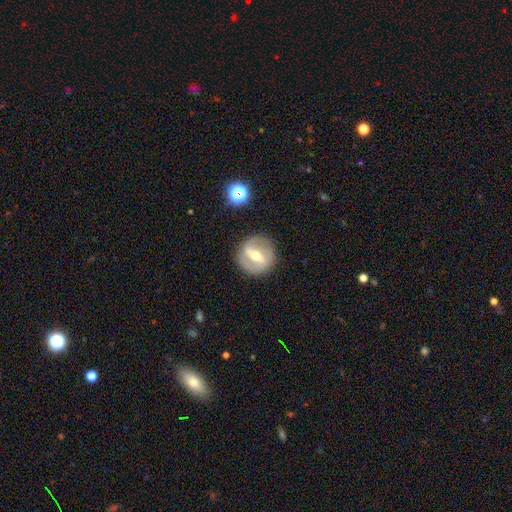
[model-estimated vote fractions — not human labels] smooth_or_featured: featured or disk (p=0.73) [alt: smooth p=0.21]
disk_edge_on: no (p=0.92) [alt: yes p=0.08]
bar: strong (p=0.64) [alt: weak p=0.29]
has_spiral_arms: yes (p=0.56) [alt: no p=0.44]
bulge_size: moderate (p=0.70) [alt: small p=0.22]
merging: none (p=0.86) [alt: minor disturbance p=0.09]